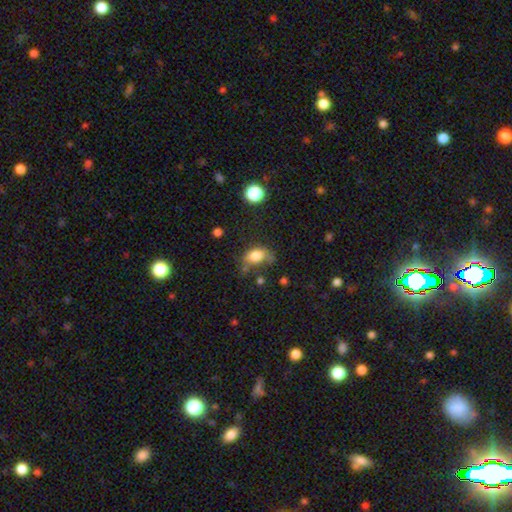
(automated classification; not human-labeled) Q: Smooth or featured?
A: smooth (79%); runner-up: featured or disk (11%)
Q: How rounded?
A: in between (81%); runner-up: round (17%)
Q: Merging?
A: none (46%); runner-up: minor disturbance (30%)